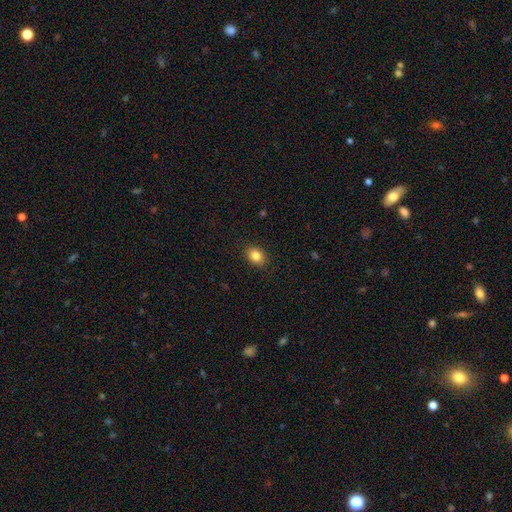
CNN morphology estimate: Smooth or featured? Predicted: smooth (p=0.85). How rounded? Predicted: in between (p=0.67). Merging? Predicted: none (p=0.88).